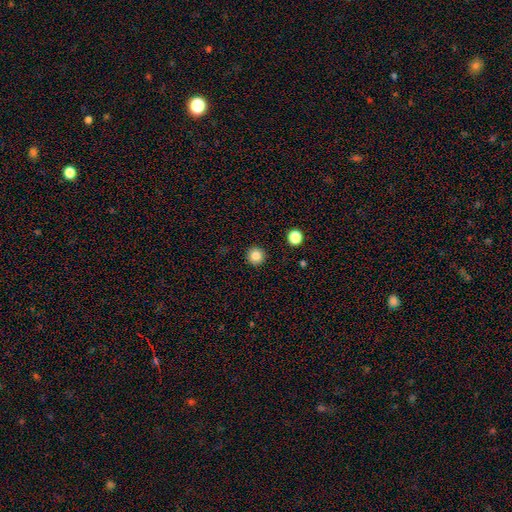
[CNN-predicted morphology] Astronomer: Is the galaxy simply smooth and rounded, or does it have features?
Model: smooth — 85%.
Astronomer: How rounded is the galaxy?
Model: round — 96%.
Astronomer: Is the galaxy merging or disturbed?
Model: none — 93%.